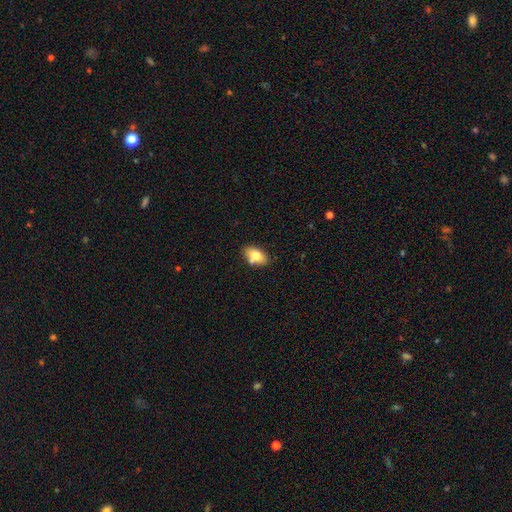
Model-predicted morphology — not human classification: smooth 75%, featured or disk 17%, star or artifact 8%. Down the decision tree: how rounded — in between (88%); merging — none (69%).